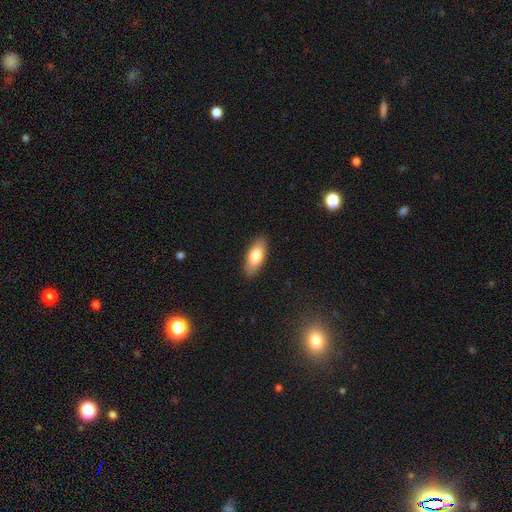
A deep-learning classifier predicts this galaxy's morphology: smooth_or_featured: smooth (p=0.77) [alt: featured or disk p=0.17]
how_rounded: in between (p=0.80) [alt: cigar-shaped p=0.18]
merging: none (p=0.89) [alt: minor disturbance p=0.09]